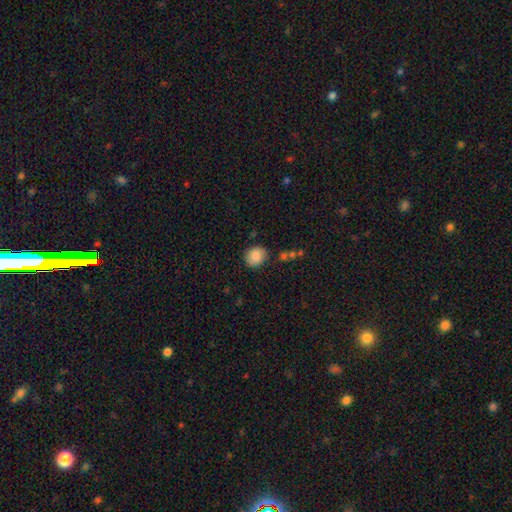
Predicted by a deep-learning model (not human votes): The model was most divided on "how rounded": round: 74%, in between: 25%, cigar-shaped: 1%. More confident: smooth or featured — smooth (82%); merging — none (80%).